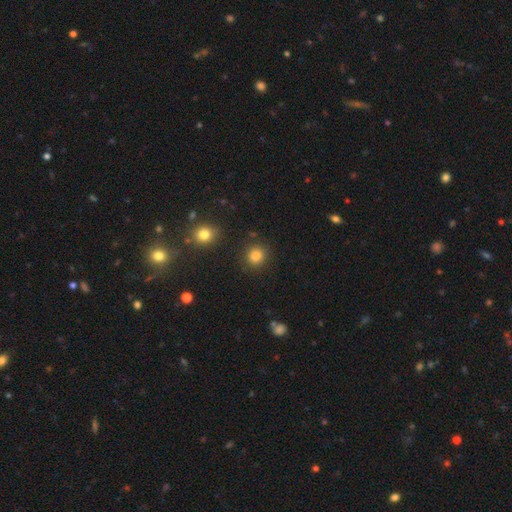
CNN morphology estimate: This is clearly a smooth galaxy (84%). How rounded: clearly round (86%). Merging: clearly none (87%).